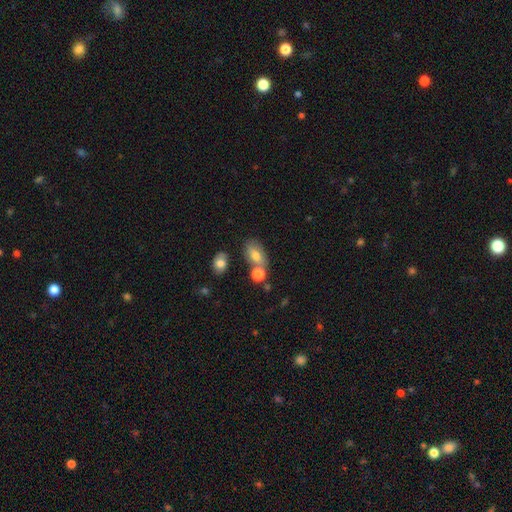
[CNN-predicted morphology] Overall: smooth (71%). How rounded: in between (87%). Merging: none (54%; merger 25%).